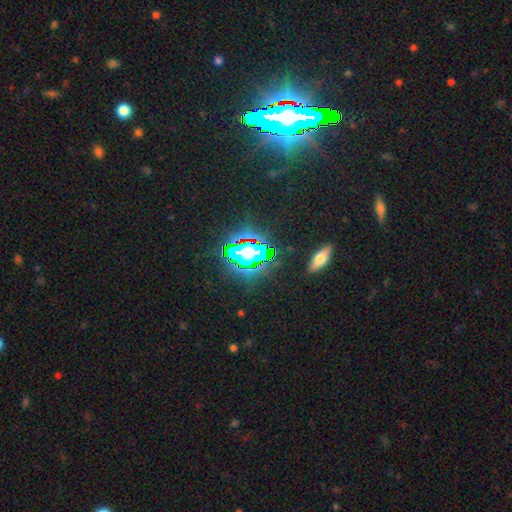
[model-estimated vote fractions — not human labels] Smooth or featured?
  - star or artifact: 72% *
  - smooth: 14%
  - featured or disk: 13%